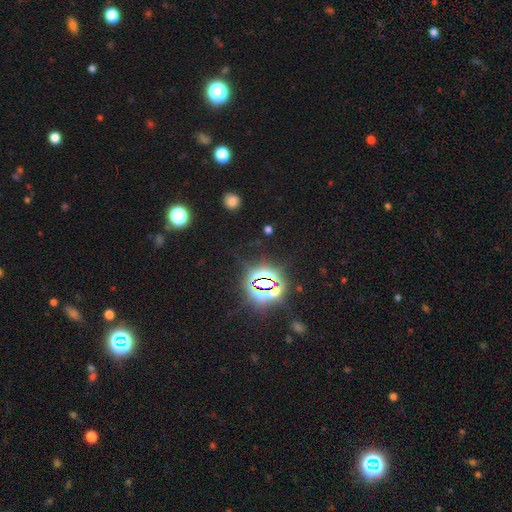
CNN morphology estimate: Overall: star or artifact (82%).